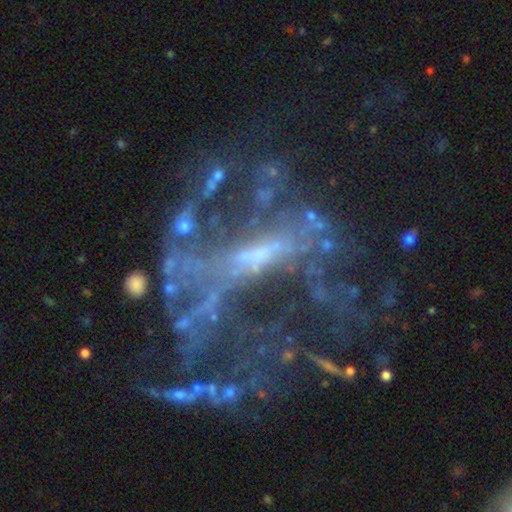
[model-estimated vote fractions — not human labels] This is likely a featured or disk galaxy (71%). It is clearly not viewed edge-on (91%). Bar: marginally no (36%). Spiral arm pattern: possibly yes (57%). Central bulge: marginally small (42%). Merging: marginally major disturbance (37%).